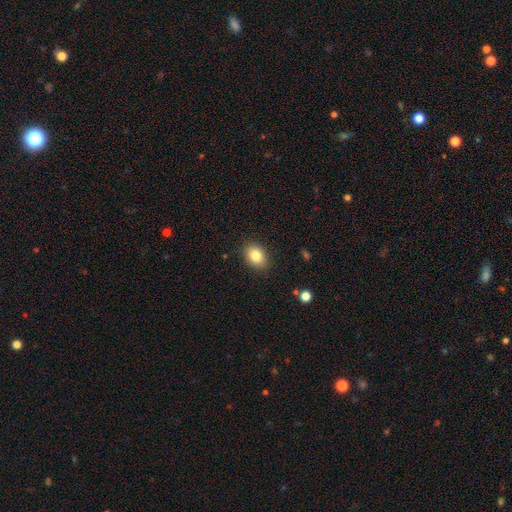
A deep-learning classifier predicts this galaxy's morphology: Smooth or featured? smooth (84%)
How rounded? in between (71%)
Merging? none (87%)